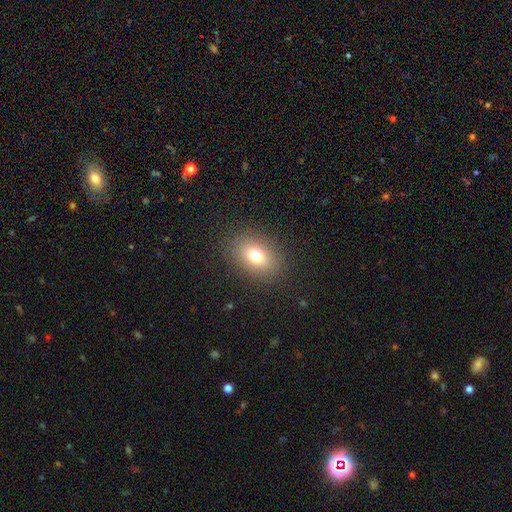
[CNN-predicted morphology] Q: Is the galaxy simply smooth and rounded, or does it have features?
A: smooth — 76%.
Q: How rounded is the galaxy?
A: in between — 75%.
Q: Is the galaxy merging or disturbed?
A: none — 86%.